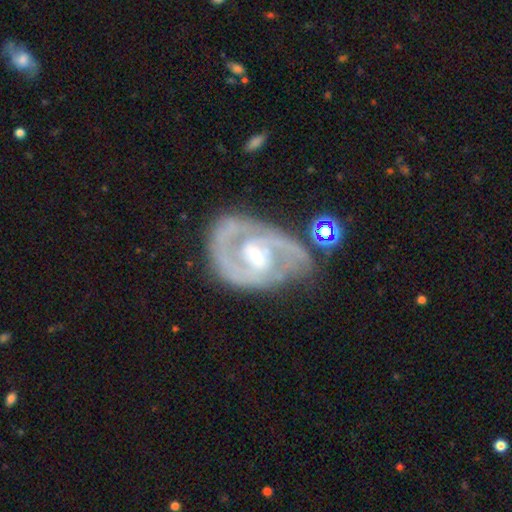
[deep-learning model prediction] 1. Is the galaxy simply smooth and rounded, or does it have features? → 88% featured or disk, 6% smooth, 5% star or artifact.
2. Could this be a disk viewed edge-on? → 97% no, 3% yes.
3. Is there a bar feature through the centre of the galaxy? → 52% weak, 27% no, 21% strong.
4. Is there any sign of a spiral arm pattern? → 95% yes, 5% no.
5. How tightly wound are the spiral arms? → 49% tight, 42% medium, 9% loose.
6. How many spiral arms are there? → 70% 2, 12% can't tell, 8% 3, 5% 1, 2% 4, 2% more than 4.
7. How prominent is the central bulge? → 57% small, 38% moderate, 2% none, 2% large, 1% dominant.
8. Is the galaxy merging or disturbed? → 61% none, 22% minor disturbance, 12% major disturbance, 5% merger.